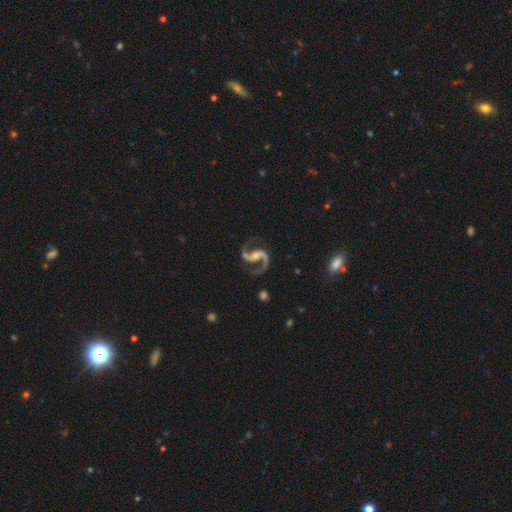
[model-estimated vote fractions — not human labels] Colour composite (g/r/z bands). It shows a featured or disk galaxy (94%) with a weak bar (37%), 2 (95%) medium (61%) spiral arms (99%) and a moderate central bulge (49%). Merging: none (79%).